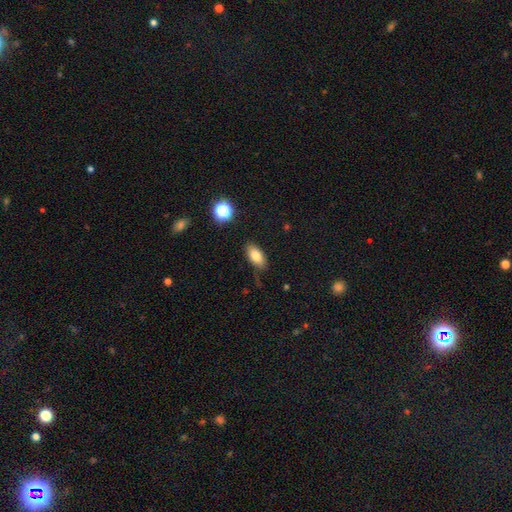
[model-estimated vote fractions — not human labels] A smooth galaxy with no disk features (81%) that is in between round and cigar-shaped (89%).

Vote fractions:
- Smooth or featured? smooth: 81% / featured or disk: 10% / star or artifact: 9%
- How rounded? in between: 89% / cigar-shaped: 6% / round: 5%
- Merging? none: 77% / minor disturbance: 17% / major disturbance: 5% / merger: 2%